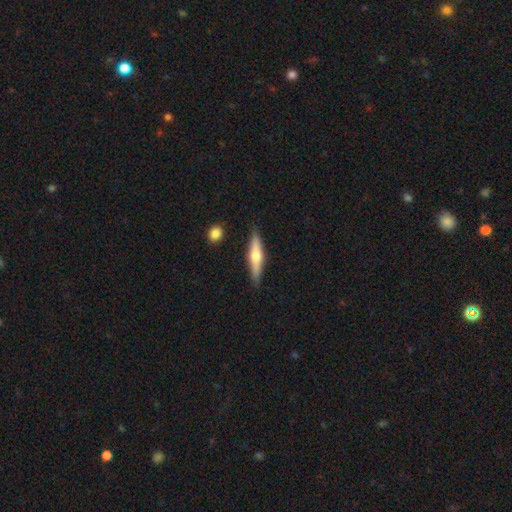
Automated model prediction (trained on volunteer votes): Smooth or featured?
  - featured or disk: 50% *
  - smooth: 45%
  - star or artifact: 6%
Merging?
  - none: 86% *
  - minor disturbance: 10%
  - major disturbance: 2%
  - merger: 2%